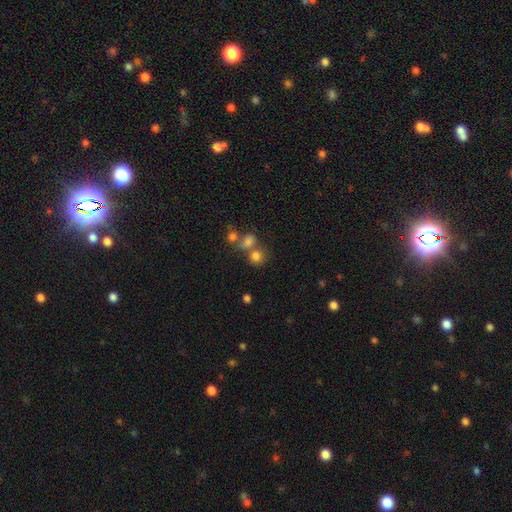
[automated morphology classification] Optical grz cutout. It shows a smooth galaxy with no disk features (76%) that is round (78%). Merging: none (47%).